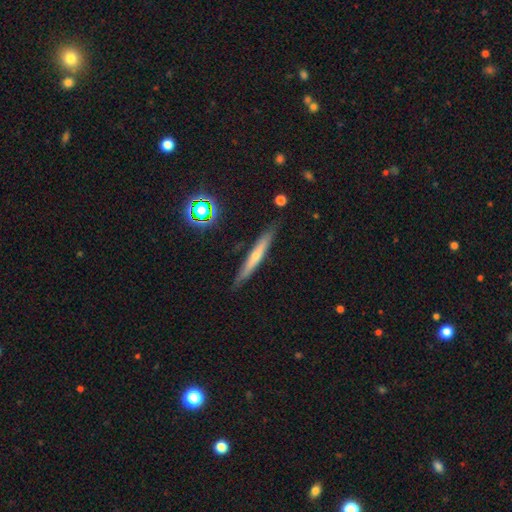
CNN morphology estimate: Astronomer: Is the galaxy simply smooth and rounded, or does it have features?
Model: featured or disk — 55% (runner-up: smooth, 36%).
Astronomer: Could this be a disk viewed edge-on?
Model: yes — 92%.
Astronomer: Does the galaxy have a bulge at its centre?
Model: rounded — 60% (runner-up: none, 36%).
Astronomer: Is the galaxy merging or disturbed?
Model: none — 86%.